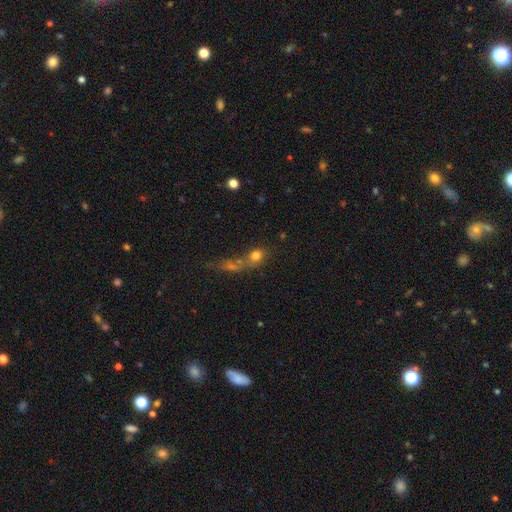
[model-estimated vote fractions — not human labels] Smooth or featured? smooth (71%)
How rounded? round (66%)
Merging? merger (43%)